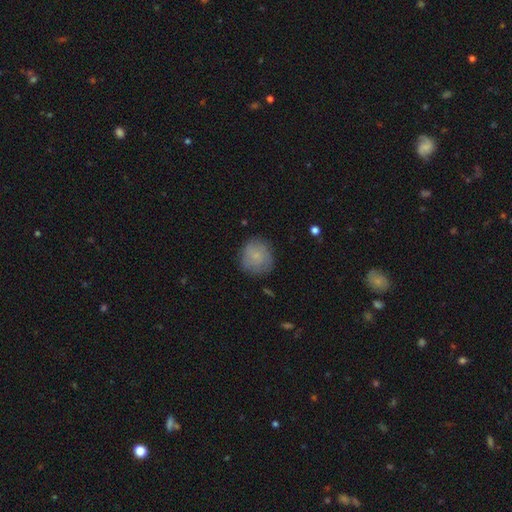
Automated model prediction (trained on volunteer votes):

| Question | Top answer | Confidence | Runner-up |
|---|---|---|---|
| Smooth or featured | smooth | 73% | featured or disk (19%) |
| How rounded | round | 87% | in between (12%) |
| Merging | none | 76% | minor disturbance (17%) |